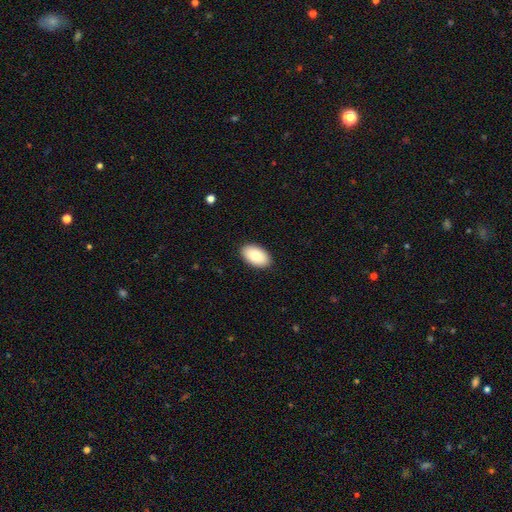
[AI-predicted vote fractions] The model was most divided on "smooth or featured": smooth: 85%, featured or disk: 9%, star or artifact: 6%. More confident: how rounded — in between (95%); merging — none (89%).